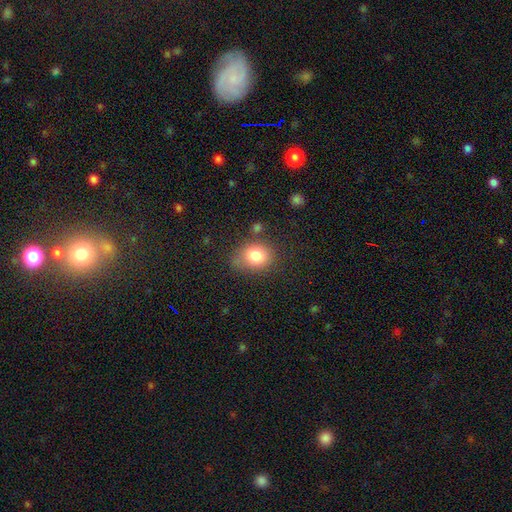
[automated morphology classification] Overall: smooth (82%). How rounded: round (56%; in between 43%). Merging: none (64%).